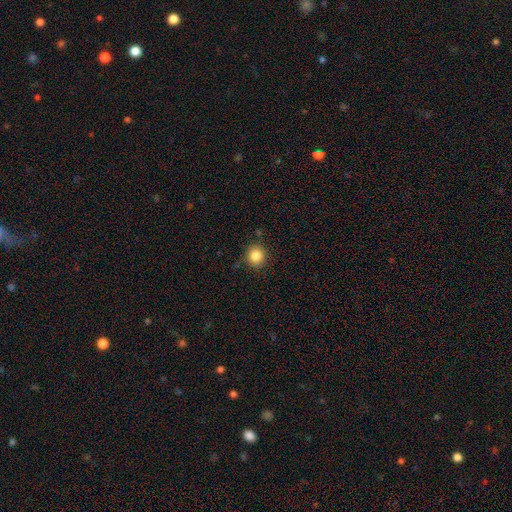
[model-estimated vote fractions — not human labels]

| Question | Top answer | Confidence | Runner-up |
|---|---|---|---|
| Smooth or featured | smooth | 85% | star or artifact (10%) |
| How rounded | round | 89% | in between (10%) |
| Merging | none | 87% | minor disturbance (9%) |